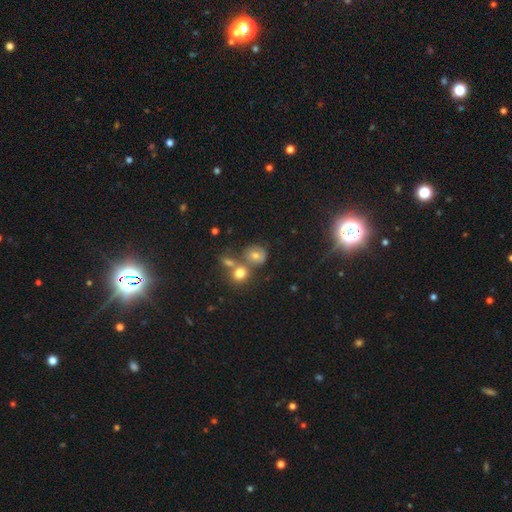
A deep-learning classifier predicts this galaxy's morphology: This appears to be a smooth galaxy with no disk features (66%) that is round (75%). Merging: none (54%).